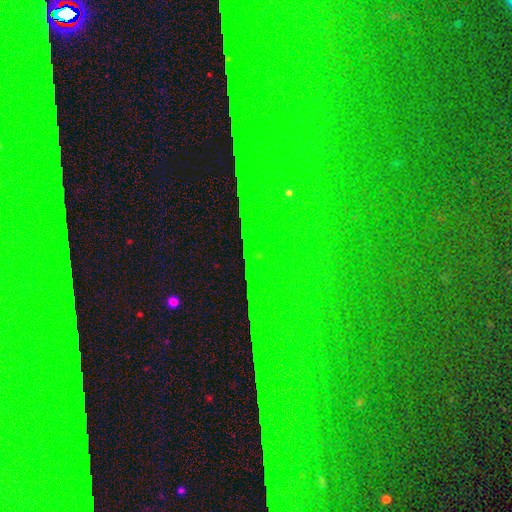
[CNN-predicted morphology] smooth-or-featured: star or artifact: 87% | featured or disk: 8% | smooth: 6%